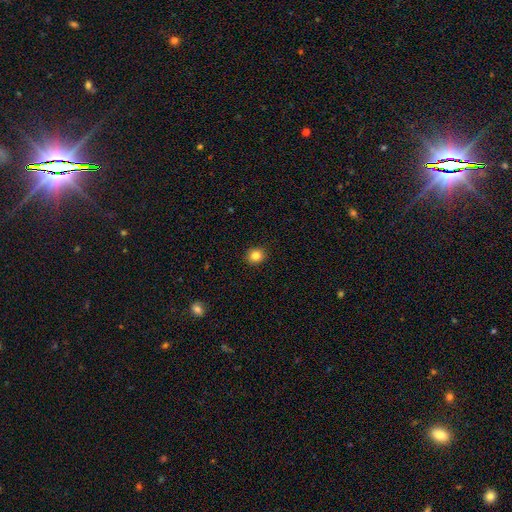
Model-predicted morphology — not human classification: Smooth or featured: smooth — 83% (star or artifact — 11%)
How rounded: round — 82% (in between — 17%)
Merging: none — 92% (minor disturbance — 6%)